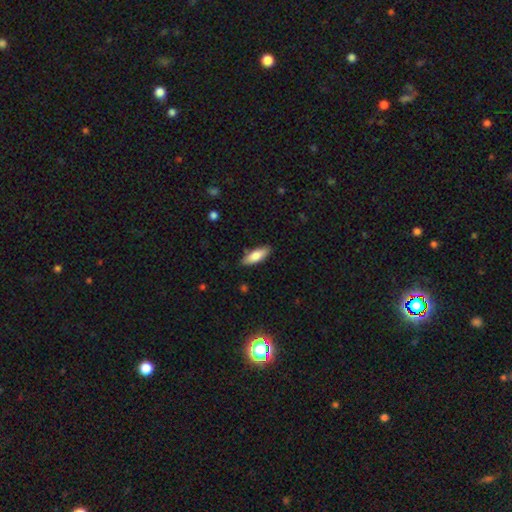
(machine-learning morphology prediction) Smooth or featured: smooth — 76% (featured or disk — 18%)
How rounded: in between — 63% (cigar-shaped — 35%)
Merging: none — 86% (minor disturbance — 11%)